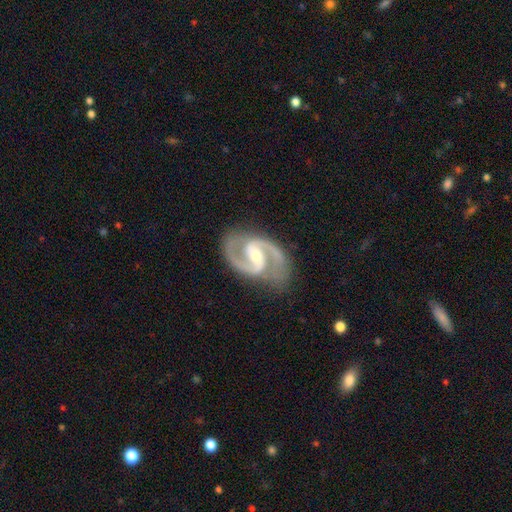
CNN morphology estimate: smooth_or_featured: featured or disk (p=0.93) [alt: star or artifact p=0.04]
disk_edge_on: no (p=0.98) [alt: yes p=0.02]
bar: weak (p=0.44) [alt: strong p=0.39]
has_spiral_arms: yes (p=0.98) [alt: no p=0.02]
spiral_winding: medium (p=0.68) [alt: tight p=0.20]
spiral_arm_count: 2 (p=0.94) [alt: can't tell p=0.01]
bulge_size: moderate (p=0.49) [alt: small p=0.46]
merging: none (p=0.82) [alt: minor disturbance p=0.13]